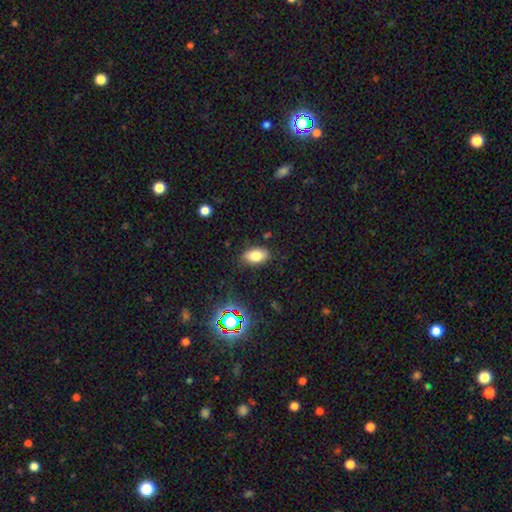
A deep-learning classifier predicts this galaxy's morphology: Overall: smooth (79%). How rounded: in between (91%). Merging: none (84%).